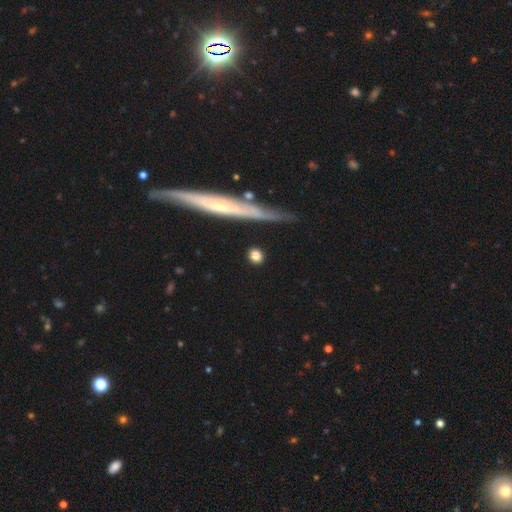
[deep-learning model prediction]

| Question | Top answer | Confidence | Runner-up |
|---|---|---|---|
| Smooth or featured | smooth | 81% | featured or disk (11%) |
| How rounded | round | 79% | in between (13%) |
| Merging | none | 87% | minor disturbance (8%) |